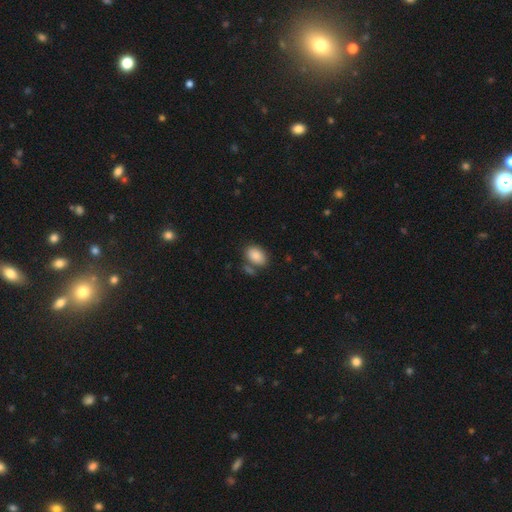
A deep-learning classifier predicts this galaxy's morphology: Q: Smooth or featured?
A: smooth (87%); runner-up: star or artifact (7%)
Q: How rounded?
A: in between (86%); runner-up: round (13%)
Q: Merging?
A: none (68%); runner-up: minor disturbance (14%)